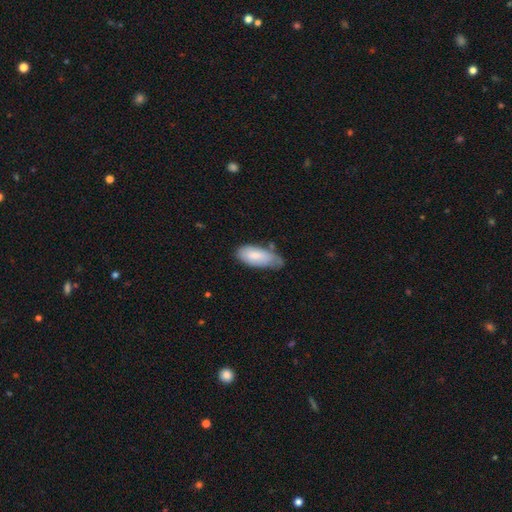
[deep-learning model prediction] Overall: smooth (79%). How rounded: in between (85%). Merging: minor disturbance (43%; none 41%).